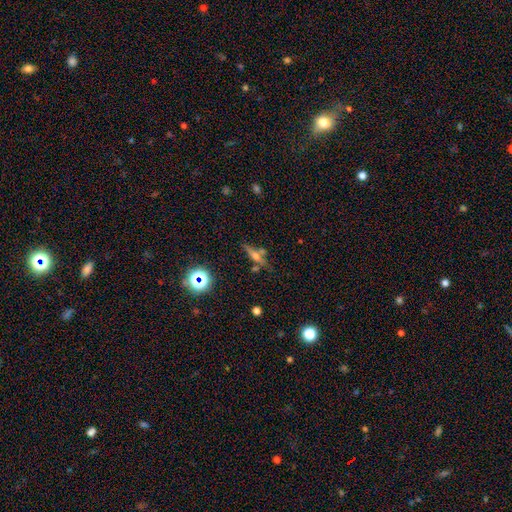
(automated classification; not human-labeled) This is possibly a featured or disk galaxy (48%). Merging: likely none (67%).